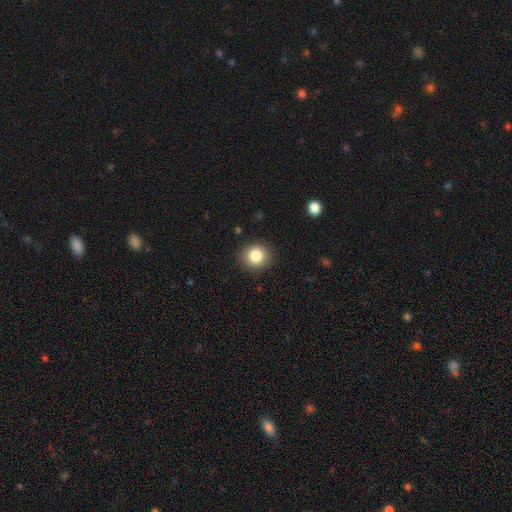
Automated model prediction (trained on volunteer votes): Smooth or featured? Predicted: smooth (p=0.84). How rounded? Predicted: round (p=0.88). Merging? Predicted: none (p=0.89).